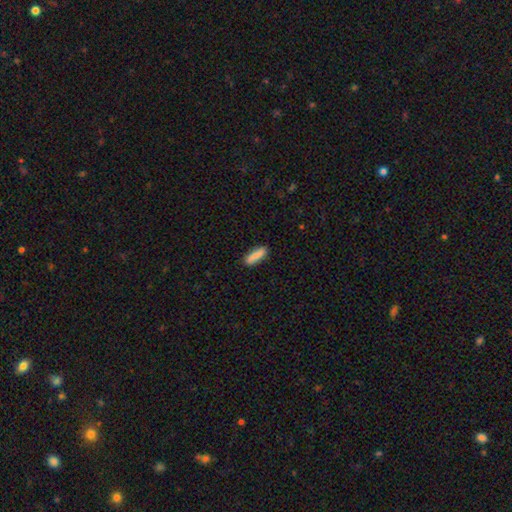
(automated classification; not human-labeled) A smooth galaxy with no disk features (79%) that is cigar-shaped (60%). Merging: none (88%).